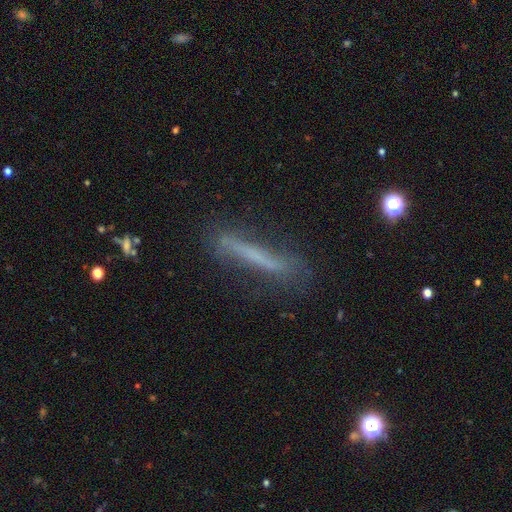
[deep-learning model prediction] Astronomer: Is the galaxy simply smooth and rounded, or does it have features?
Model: smooth — 47% (runner-up: featured or disk, 42%).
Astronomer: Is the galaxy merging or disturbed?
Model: none — 72%.